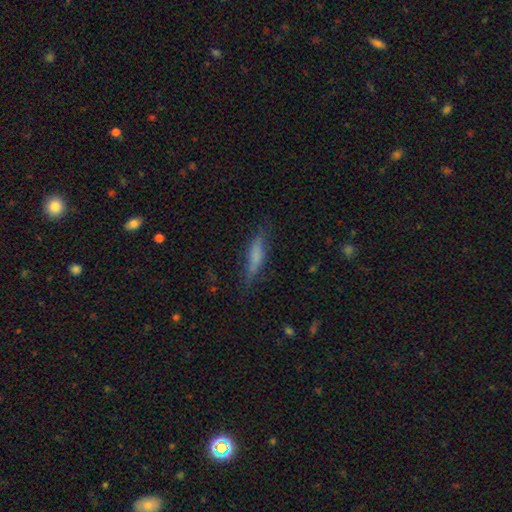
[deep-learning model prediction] smooth_or_featured: smooth (p=0.63) [alt: featured or disk p=0.28]
how_rounded: cigar-shaped (p=0.76) [alt: in between p=0.21]
merging: none (p=0.65) [alt: minor disturbance p=0.24]